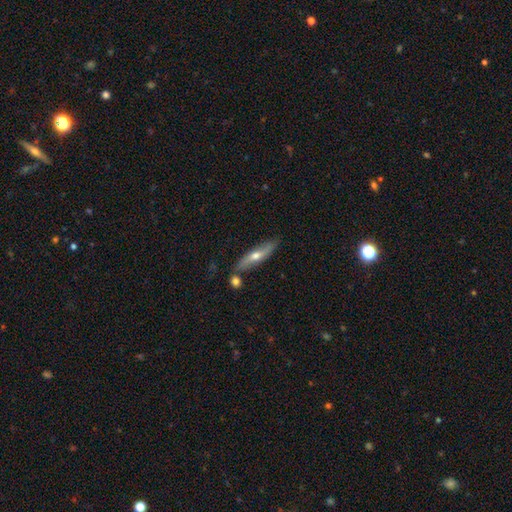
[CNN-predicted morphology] A featured or disk galaxy (57%) viewed edge-on (75%).

Vote fractions:
- Smooth or featured? featured or disk: 57% / smooth: 36% / star or artifact: 7%
- Edge-on disk? yes: 75% / no: 25%
- Merging? none: 80% / minor disturbance: 12% / merger: 5% / major disturbance: 2%